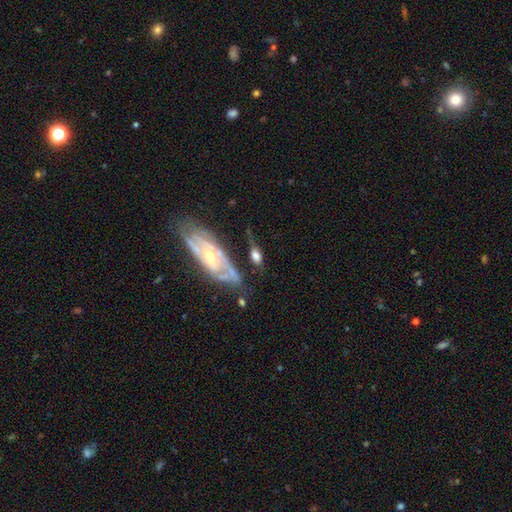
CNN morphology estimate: Smooth or featured? Predicted: featured or disk (p=0.50). Merging? Predicted: none (p=0.40).